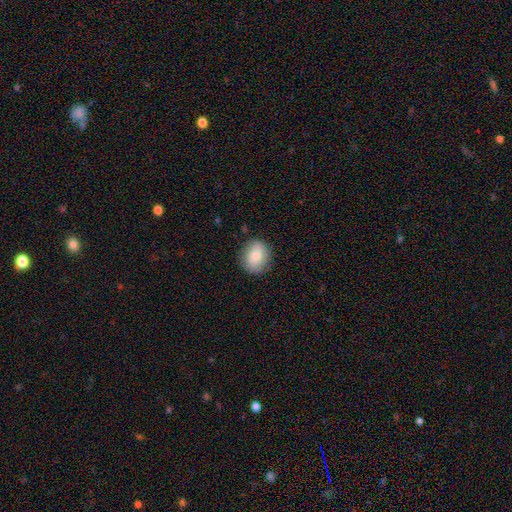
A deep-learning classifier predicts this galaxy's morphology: This appears to be a smooth galaxy with no disk features (78%) that is round (59%). Merging: none (83%).